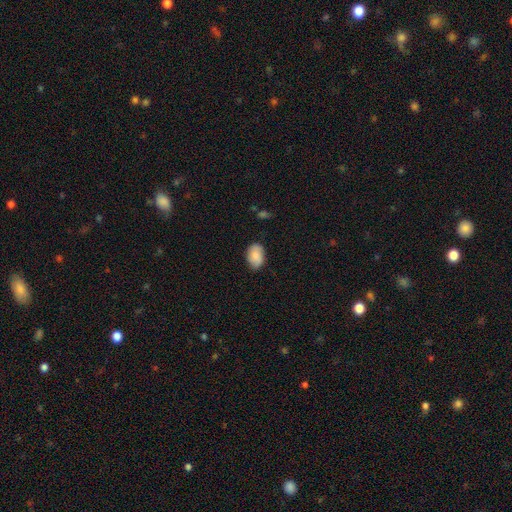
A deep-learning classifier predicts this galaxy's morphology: smooth_or_featured: smooth (p=0.80) [alt: featured or disk p=0.13]
how_rounded: in between (p=0.85) [alt: round p=0.14]
merging: none (p=0.78) [alt: minor disturbance p=0.18]